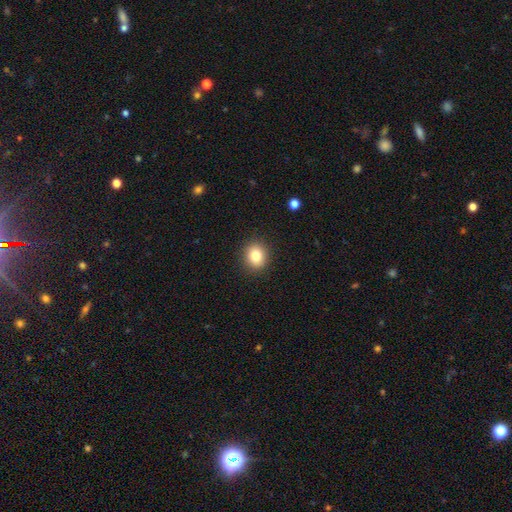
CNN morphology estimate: type=smooth (82%); roundness=round (78%); merging=none (91%).